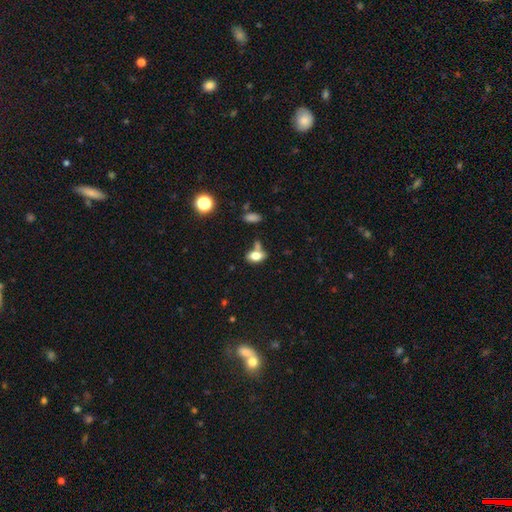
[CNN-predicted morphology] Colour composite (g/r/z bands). It shows a smooth galaxy with no disk features (74%) that is in between round and cigar-shaped (85%). Merging: none (48%).